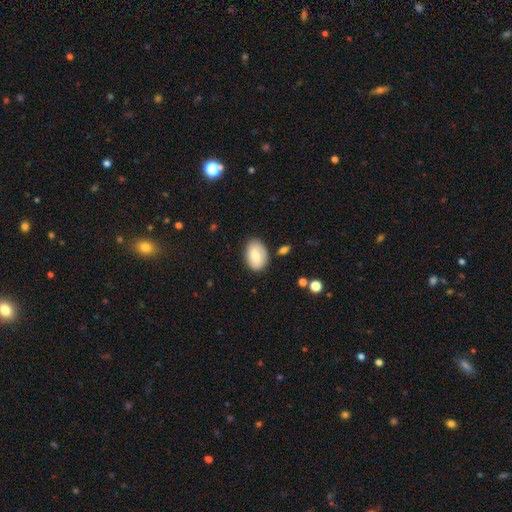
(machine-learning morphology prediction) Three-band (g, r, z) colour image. It shows a smooth galaxy with no disk features (76%) that is in between round and cigar-shaped (86%). Merging: none (78%).